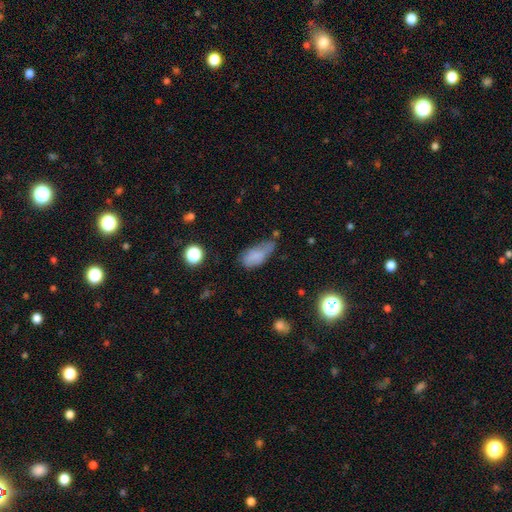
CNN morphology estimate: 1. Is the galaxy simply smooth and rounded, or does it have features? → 74% smooth, 16% featured or disk, 11% star or artifact.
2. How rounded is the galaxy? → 85% in between, 11% cigar-shaped, 4% round.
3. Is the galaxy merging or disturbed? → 41% minor disturbance, 35% none, 19% major disturbance, 5% merger.